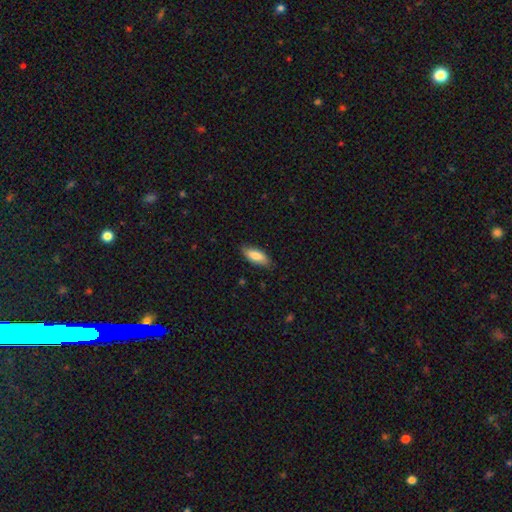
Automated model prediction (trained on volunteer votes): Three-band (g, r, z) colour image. It shows a smooth galaxy with no disk features (83%) that is in between round and cigar-shaped (78%). Merging: none (83%).